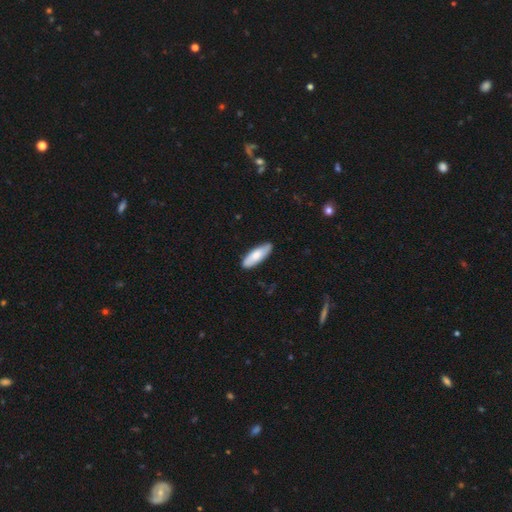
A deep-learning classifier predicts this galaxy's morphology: smooth 77%, featured or disk 18%, star or artifact 5%. Down the decision tree: how rounded — in between (56%); merging — none (86%).